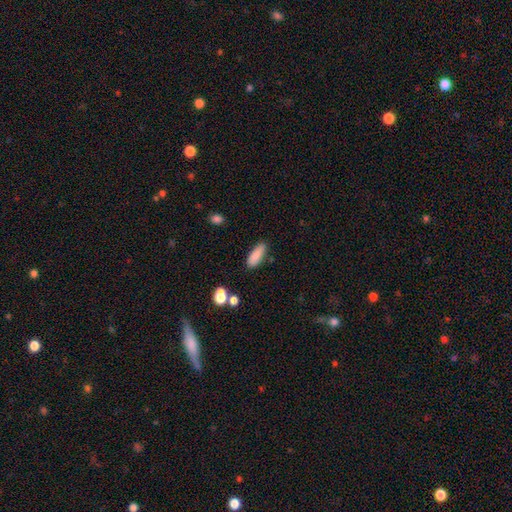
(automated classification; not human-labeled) A smooth galaxy with no disk features (85%) that is in between round and cigar-shaped (66%).

Vote fractions:
- Smooth or featured? smooth: 85% / star or artifact: 7% / featured or disk: 7%
- How rounded? in between: 66% / cigar-shaped: 32% / round: 2%
- Merging? none: 79% / minor disturbance: 14% / merger: 3% / major disturbance: 3%